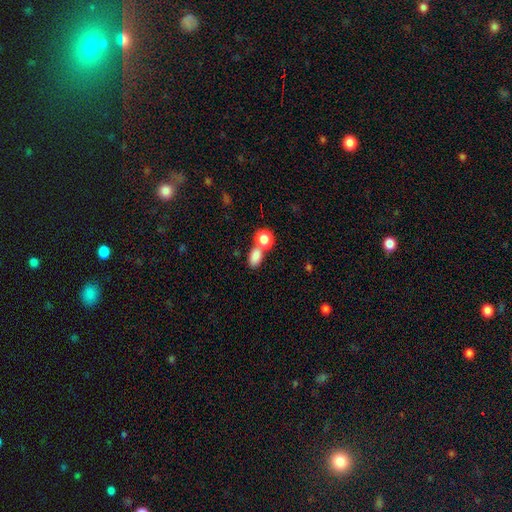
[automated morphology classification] type=smooth (84%); roundness=in between (80%); merging=none (50%).